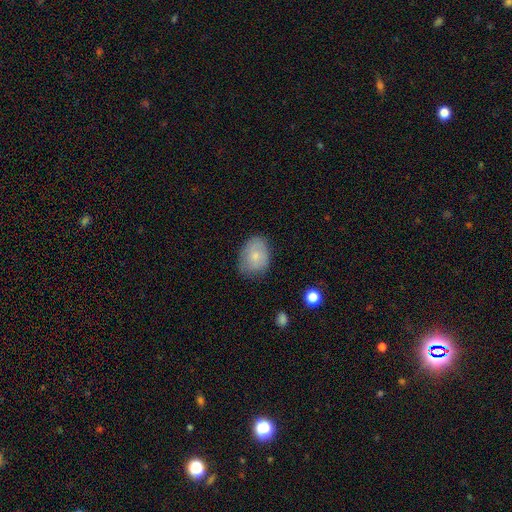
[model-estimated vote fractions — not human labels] Q: Smooth or featured?
A: smooth (74%); runner-up: featured or disk (19%)
Q: How rounded?
A: in between (71%); runner-up: round (28%)
Q: Merging?
A: none (70%); runner-up: minor disturbance (23%)